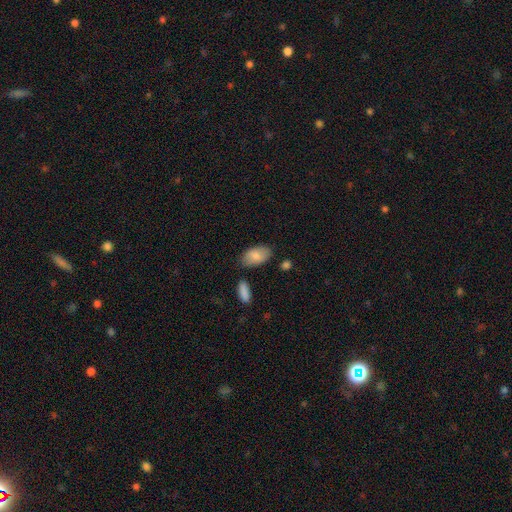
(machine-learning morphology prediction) type=smooth (80%); roundness=in between (94%); merging=none (76%).